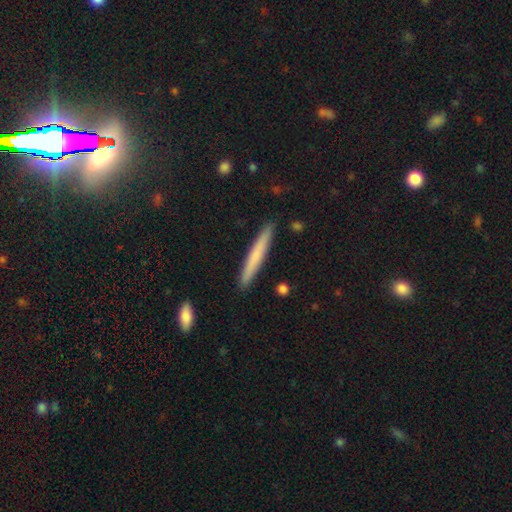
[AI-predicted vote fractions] Smooth or featured? Predicted: smooth (p=0.67). How rounded? Predicted: cigar-shaped (p=0.96). Merging? Predicted: none (p=0.91).